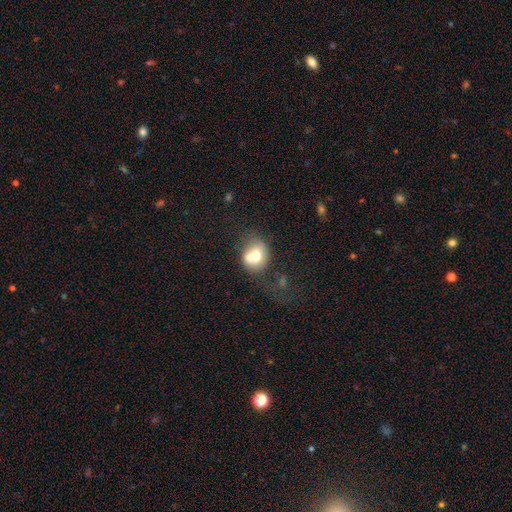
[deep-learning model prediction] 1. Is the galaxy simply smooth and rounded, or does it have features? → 67% smooth, 23% featured or disk, 10% star or artifact.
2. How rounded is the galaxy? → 67% round, 32% in between, 1% cigar-shaped.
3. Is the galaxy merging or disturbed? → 42% none, 36% merger, 15% minor disturbance, 7% major disturbance.